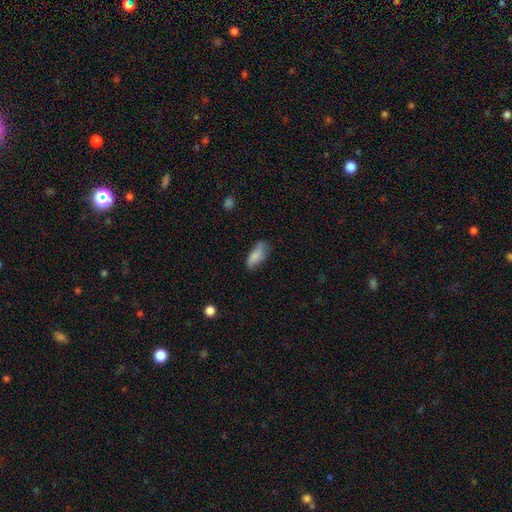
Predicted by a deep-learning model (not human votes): Morphology: type=smooth (83%); roundness=in between (79%); merging=none (64%).